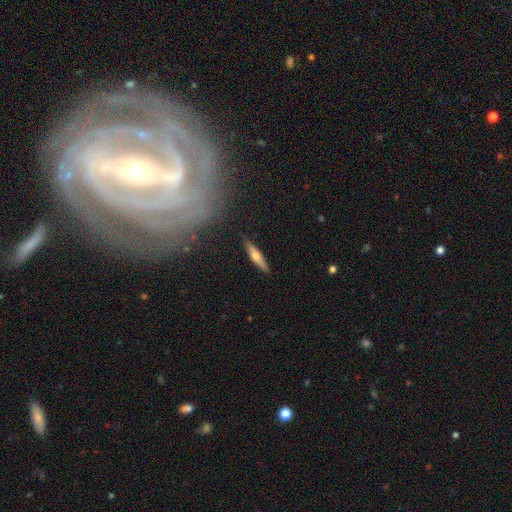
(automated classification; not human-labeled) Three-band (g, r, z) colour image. It shows a smooth galaxy with no disk features (56%) that is cigar-shaped (82%). Merging: none (88%).